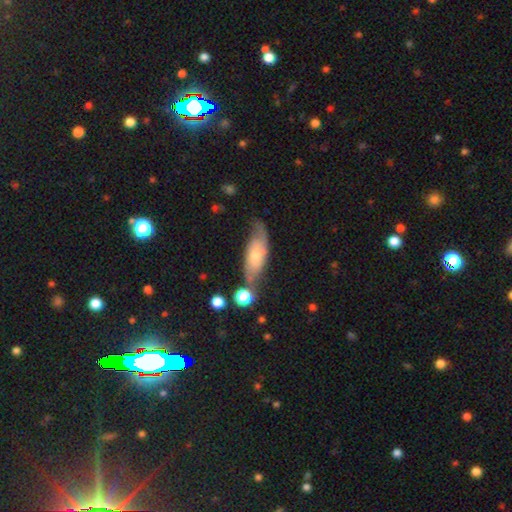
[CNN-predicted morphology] Smooth or featured? Predicted: smooth (p=0.51). How rounded? Predicted: in between (p=0.70). Merging? Predicted: none (p=0.51).